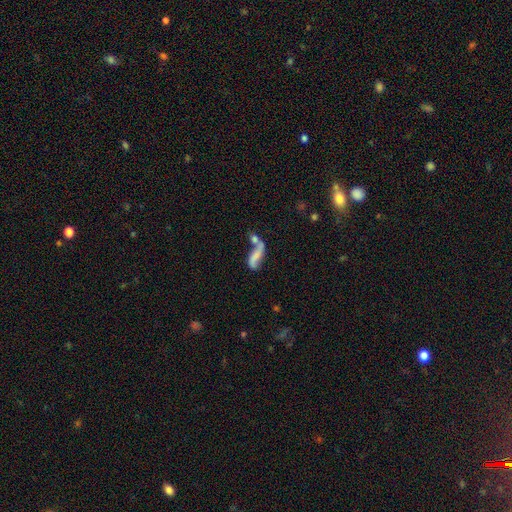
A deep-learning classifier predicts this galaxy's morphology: Q: Smooth or featured?
A: featured or disk (50%); runner-up: smooth (40%)
Q: Edge-on disk?
A: no (86%); runner-up: yes (14%)
Q: Merging?
A: merger (46%); runner-up: none (26%)